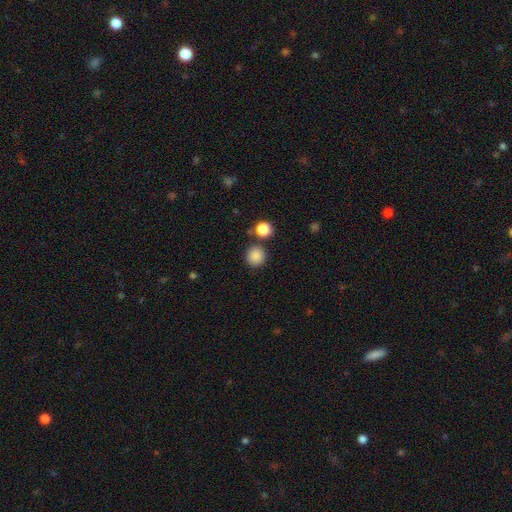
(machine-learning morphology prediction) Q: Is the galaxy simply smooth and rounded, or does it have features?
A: smooth — 86%.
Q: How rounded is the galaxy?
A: round — 93%.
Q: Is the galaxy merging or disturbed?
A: none — 83%.